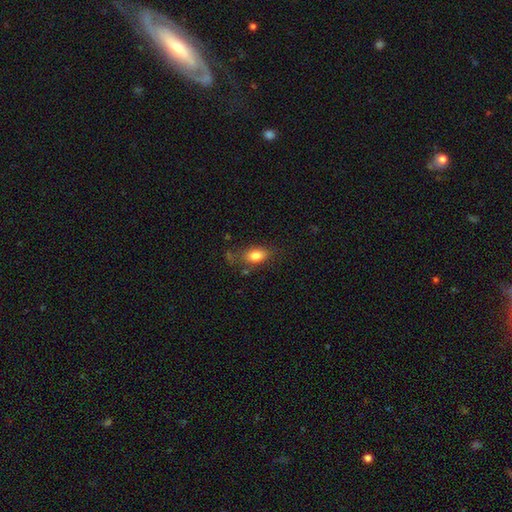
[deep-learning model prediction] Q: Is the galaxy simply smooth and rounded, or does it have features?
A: smooth — 81%.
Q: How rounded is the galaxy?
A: in between — 83%.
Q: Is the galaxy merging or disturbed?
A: none — 68%.